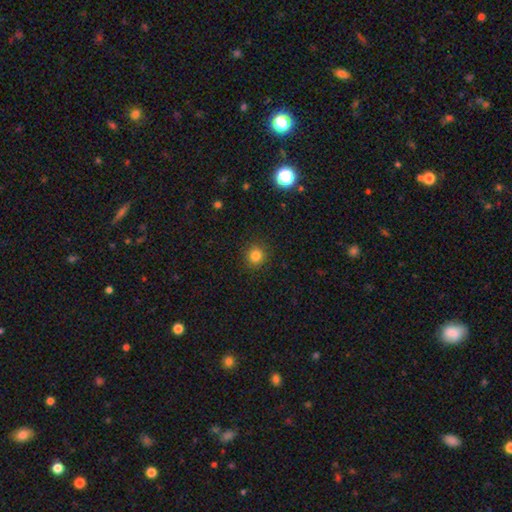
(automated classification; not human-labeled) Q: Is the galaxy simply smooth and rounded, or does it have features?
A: smooth — 82%.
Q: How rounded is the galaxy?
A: round — 91%.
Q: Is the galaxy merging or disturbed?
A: none — 90%.